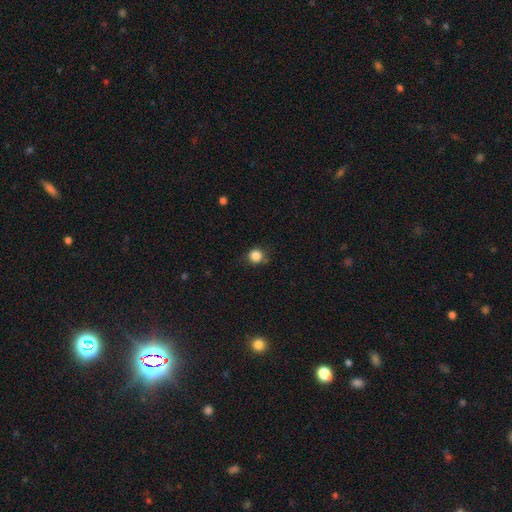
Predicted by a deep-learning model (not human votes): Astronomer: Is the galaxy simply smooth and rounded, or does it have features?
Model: smooth — 85%.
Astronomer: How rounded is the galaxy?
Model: round — 91%.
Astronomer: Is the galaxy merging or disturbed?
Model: none — 78%.